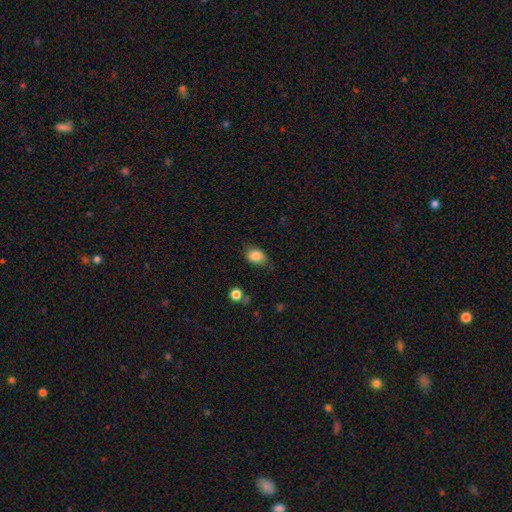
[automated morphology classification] A smooth galaxy with no disk features (85%) that is in between round and cigar-shaped (71%).

Vote fractions:
- Smooth or featured? smooth: 85% / star or artifact: 9% / featured or disk: 6%
- How rounded? in between: 71% / round: 28% / cigar-shaped: 1%
- Merging? none: 70% / minor disturbance: 23% / major disturbance: 5% / merger: 2%